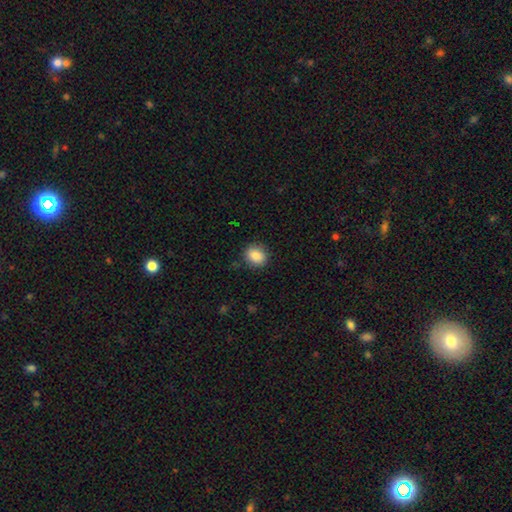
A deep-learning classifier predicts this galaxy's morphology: Smooth or featured?
  - smooth: 86% *
  - star or artifact: 9%
  - featured or disk: 5%
How rounded?
  - round: 68% *
  - in between: 31%
  - cigar-shaped: 1%
Merging?
  - none: 86% *
  - minor disturbance: 10%
  - major disturbance: 3%
  - merger: 1%